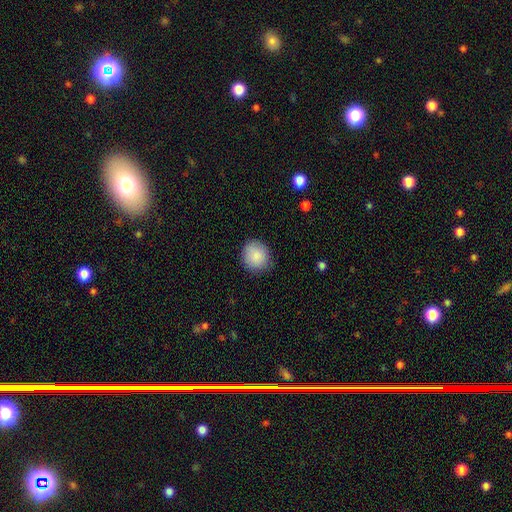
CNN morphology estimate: Smooth or featured?
  - smooth: 88% *
  - star or artifact: 7%
  - featured or disk: 4%
How rounded?
  - round: 86% *
  - in between: 13%
  - cigar-shaped: 1%
Merging?
  - none: 84% *
  - minor disturbance: 12%
  - major disturbance: 3%
  - merger: 1%